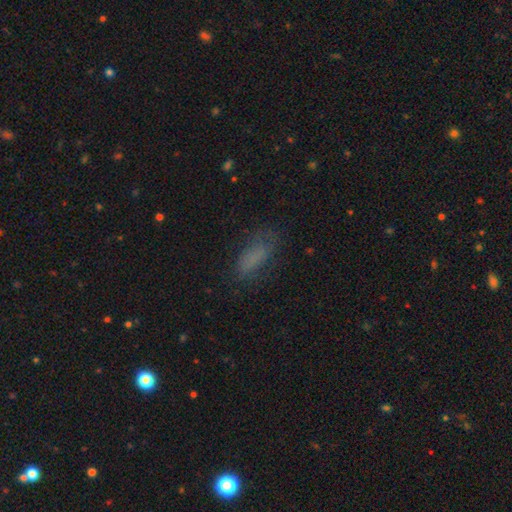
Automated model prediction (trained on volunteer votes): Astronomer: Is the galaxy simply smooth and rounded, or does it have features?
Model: smooth — 72%.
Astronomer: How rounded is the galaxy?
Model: in between — 73%.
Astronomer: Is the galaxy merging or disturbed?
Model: none — 63%.